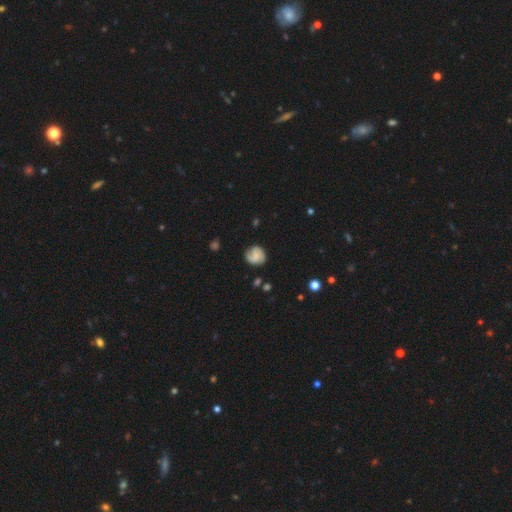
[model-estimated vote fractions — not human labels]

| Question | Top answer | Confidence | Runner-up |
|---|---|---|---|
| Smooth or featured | featured or disk | 55% | smooth (37%) |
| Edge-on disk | no | 98% | yes (2%) |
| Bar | no | 56% | weak (36%) |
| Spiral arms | yes | 92% | no (8%) |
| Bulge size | none | 42% | small (36%) |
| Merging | none | 73% | minor disturbance (18%) |